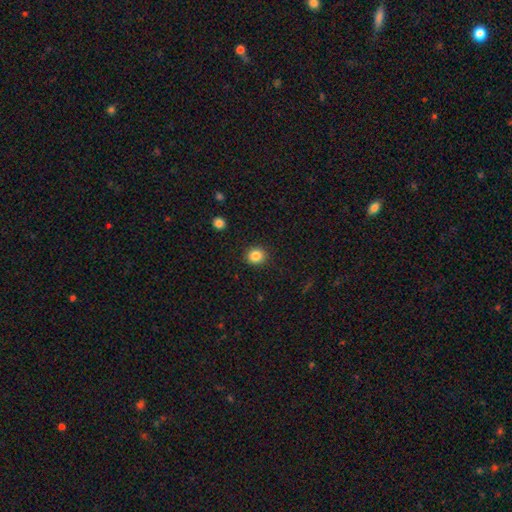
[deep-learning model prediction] Smooth or featured: smooth — 85% (star or artifact — 10%)
How rounded: round — 82% (in between — 17%)
Merging: none — 91% (minor disturbance — 6%)